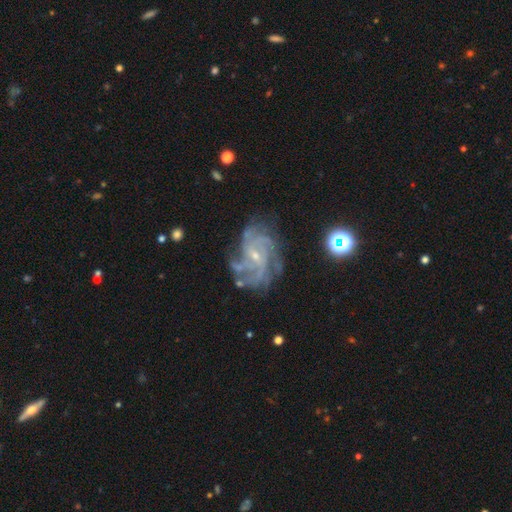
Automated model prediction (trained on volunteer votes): featured or disk 86%, star or artifact 9%, smooth 5%. Down the decision tree: edge-on disk — no (98%); bar — no (53%); spiral arms — yes (97%); spiral arm count — 4 (31%); spiral winding — tight (47%); bulge size — small (79%); merging — none (69%).